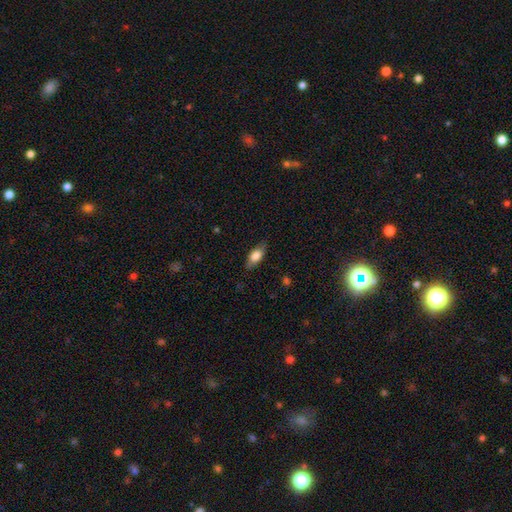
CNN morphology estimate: smooth 77%, featured or disk 16%, star or artifact 7%. Down the decision tree: how rounded — in between (83%); merging — none (77%).